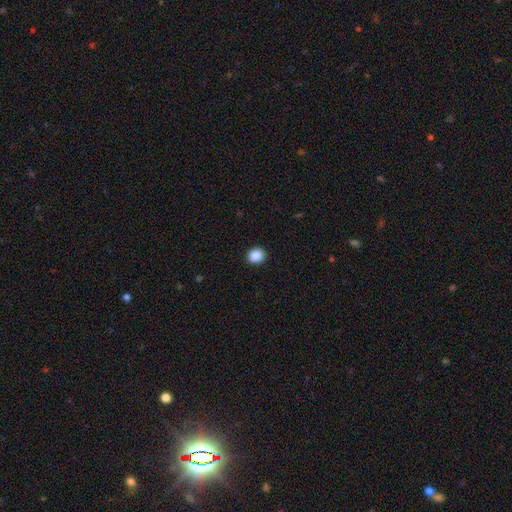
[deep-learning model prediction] smooth 89%, star or artifact 9%, featured or disk 3%. Down the decision tree: how rounded — round (73%); merging — none (91%).